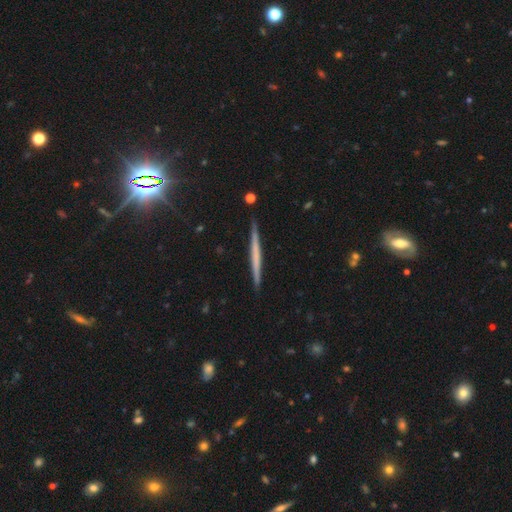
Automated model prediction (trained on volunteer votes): Smooth or featured: featured or disk — 53% (smooth — 39%)
Edge-on disk: yes — 98% (no — 2%)
Edge-on bulge: none — 85% (rounded — 10%)
Merging: none — 90% (minor disturbance — 7%)